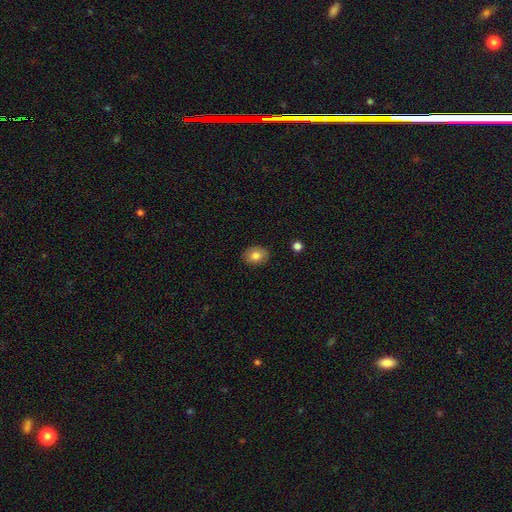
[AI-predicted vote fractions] smooth_or_featured: smooth (p=0.80) [alt: featured or disk p=0.11]
how_rounded: in between (p=0.69) [alt: round p=0.30]
merging: none (p=0.88) [alt: minor disturbance p=0.09]